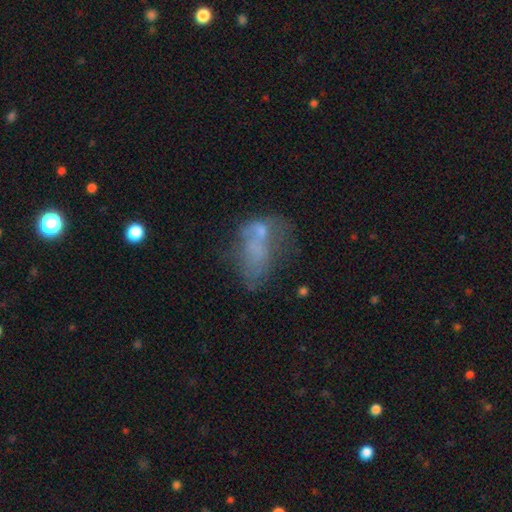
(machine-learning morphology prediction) The model was most divided on "smooth or featured" (2-way tie): featured or disk: 43%, smooth: 43%, star or artifact: 14%. Remaining: merging — merger (32%).